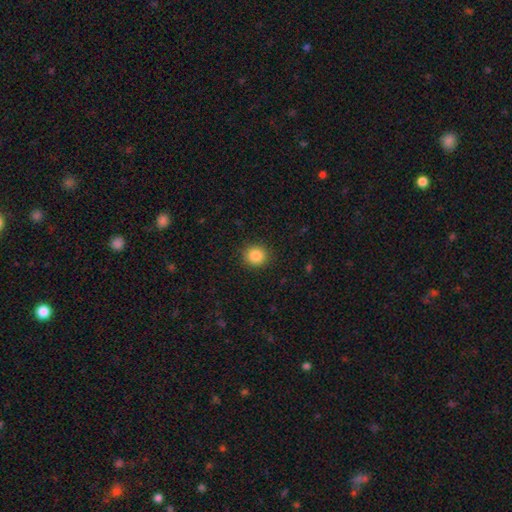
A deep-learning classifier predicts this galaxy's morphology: smooth-or-featured: smooth: 86% | star or artifact: 10% | featured or disk: 4%
  how-rounded: round: 90% | in between: 9% | cigar-shaped: 1%
  merging: none: 91% | minor disturbance: 6% | major disturbance: 2% | merger: 1%